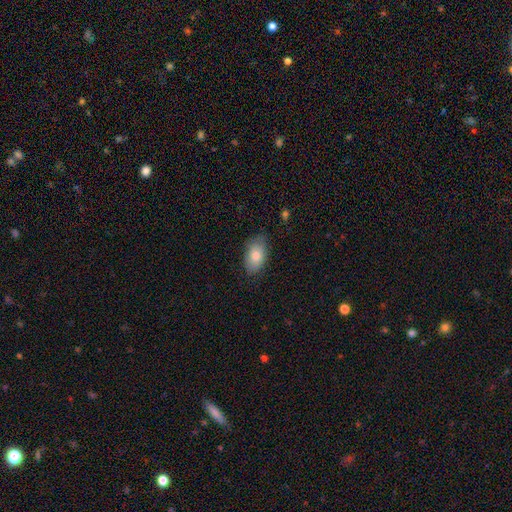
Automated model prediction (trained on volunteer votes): smooth-or-featured: smooth: 79% | featured or disk: 14% | star or artifact: 7%
  how-rounded: in between: 91% | round: 7% | cigar-shaped: 2%
  merging: none: 78% | minor disturbance: 18% | major disturbance: 3% | merger: 1%